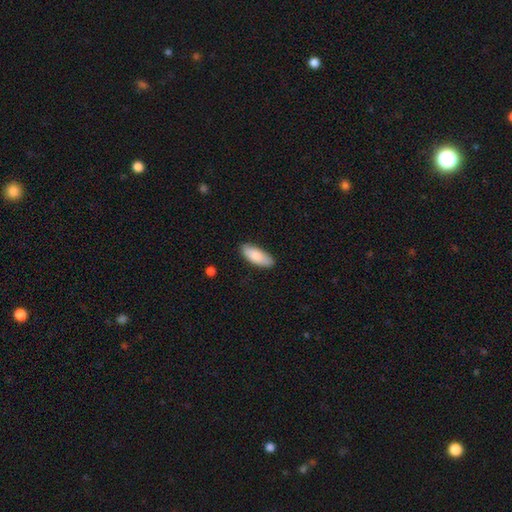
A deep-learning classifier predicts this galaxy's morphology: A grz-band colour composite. It shows a smooth galaxy with no disk features (86%) that is in between round and cigar-shaped (79%). Merging: none (84%).